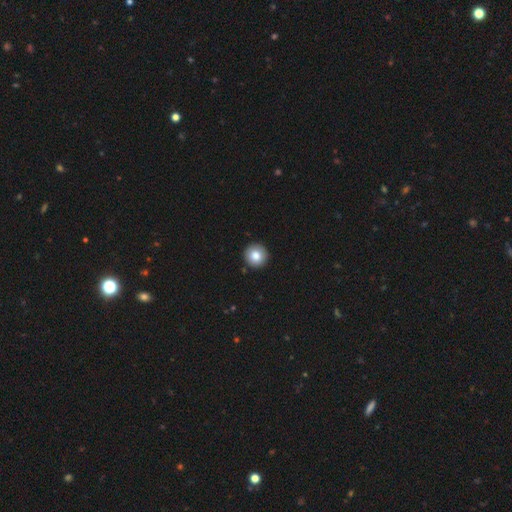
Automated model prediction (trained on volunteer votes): Morphology: type=smooth (84%); roundness=round (96%); merging=none (92%).